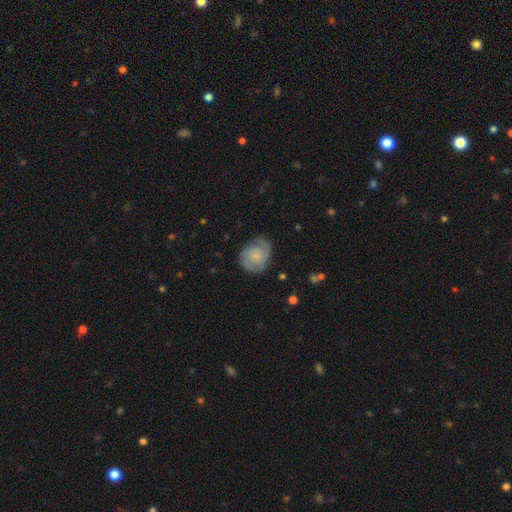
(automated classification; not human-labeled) Smooth or featured: featured or disk — 65% (smooth — 28%)
Edge-on disk: no — 98% (yes — 2%)
Bar: no — 75% (weak — 23%)
Spiral arms: yes — 93% (no — 7%)
Spiral winding: tight — 55% (medium — 35%)
Spiral arm count: 2 — 66% (can't tell — 15%)
Bulge size: small — 55% (moderate — 23%)
Merging: none — 71% (minor disturbance — 21%)